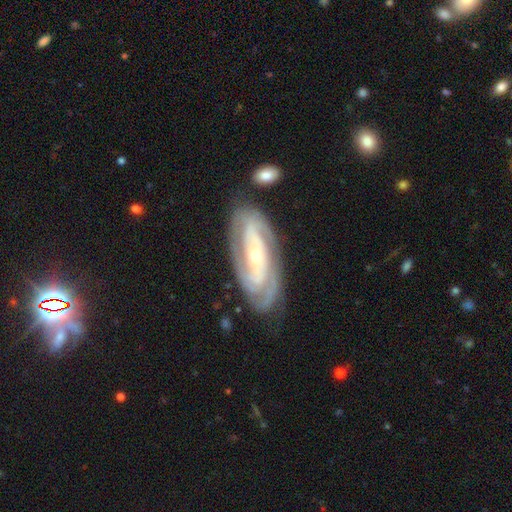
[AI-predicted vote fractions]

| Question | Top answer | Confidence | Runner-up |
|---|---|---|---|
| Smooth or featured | featured or disk | 87% | smooth (8%) |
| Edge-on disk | no | 93% | yes (7%) |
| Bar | no | 50% | weak (27%) |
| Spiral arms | yes | 95% | no (5%) |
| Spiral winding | tight | 68% | medium (26%) |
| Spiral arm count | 2 | 45% | can't tell (22%) |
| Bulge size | small | 65% | moderate (32%) |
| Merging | none | 78% | minor disturbance (15%) |